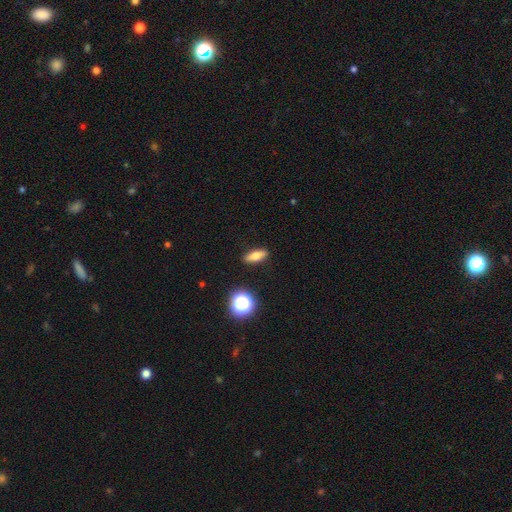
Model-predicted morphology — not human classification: smooth 64%, featured or disk 26%, star or artifact 10%. Down the decision tree: how rounded — in between (55%); merging — none (90%).